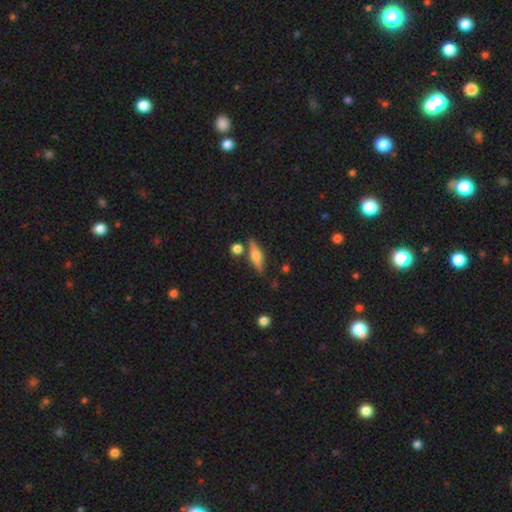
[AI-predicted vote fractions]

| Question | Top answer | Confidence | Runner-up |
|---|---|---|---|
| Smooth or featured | featured or disk | 54% | smooth (38%) |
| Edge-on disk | yes | 93% | no (7%) |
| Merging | none | 77% | minor disturbance (12%) |